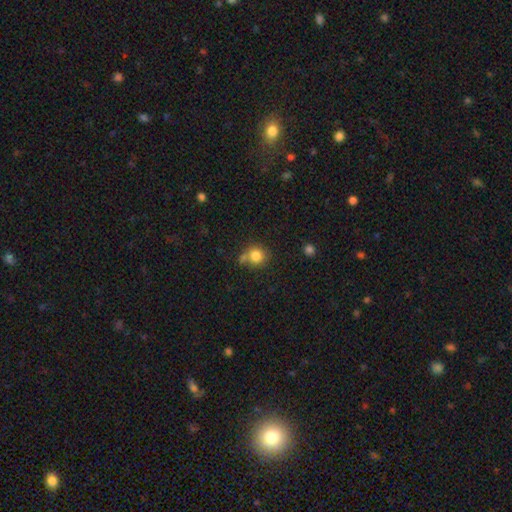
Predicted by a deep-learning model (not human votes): Morphology: type=smooth (82%); roundness=round (87%); merging=none (61%).